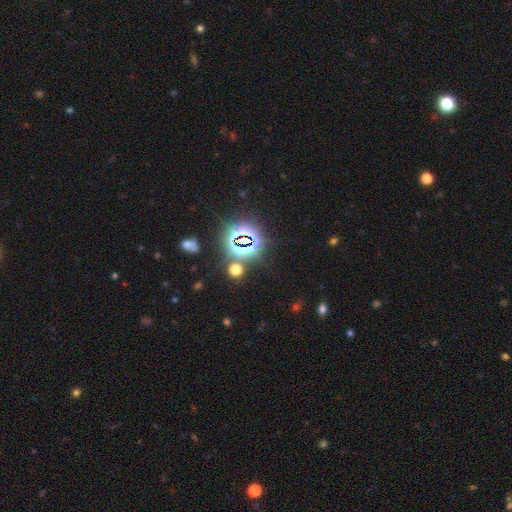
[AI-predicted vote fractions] star or artifact 79%, smooth 12%, featured or disk 8%.